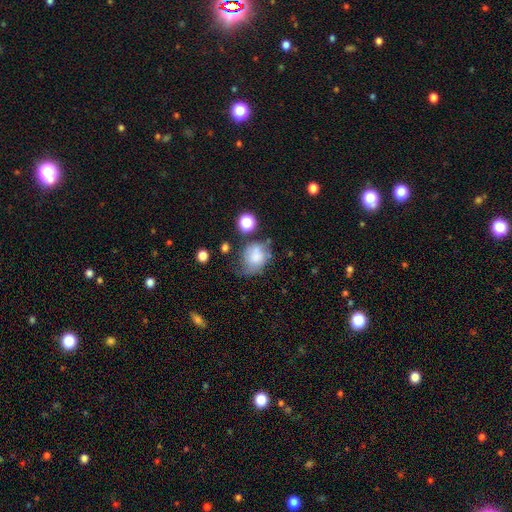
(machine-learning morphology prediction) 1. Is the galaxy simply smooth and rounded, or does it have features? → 66% smooth, 23% featured or disk, 12% star or artifact.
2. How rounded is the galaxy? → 57% round, 42% in between, 1% cigar-shaped.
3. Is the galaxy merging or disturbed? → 35% none, 31% minor disturbance, 23% major disturbance, 11% merger.